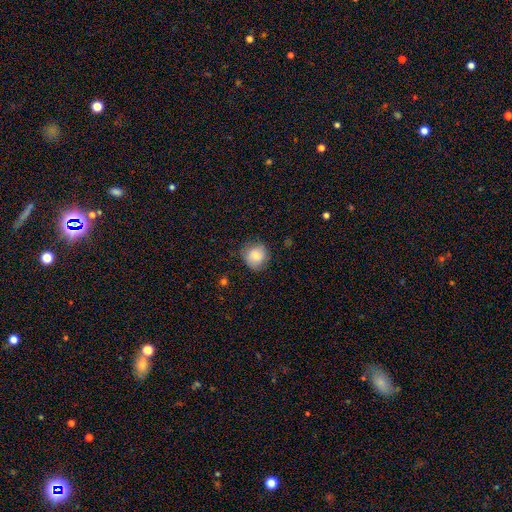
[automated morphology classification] smooth-or-featured: smooth: 80% | featured or disk: 11% | star or artifact: 9%
  how-rounded: round: 87% | in between: 12% | cigar-shaped: 1%
  merging: none: 78% | minor disturbance: 17% | major disturbance: 4% | merger: 1%